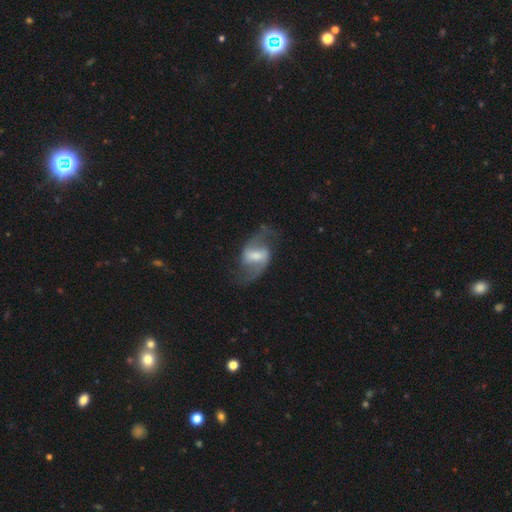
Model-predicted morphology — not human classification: Smooth or featured? featured or disk (83%)
Edge-on disk? no (97%)
Bar? weak (48%)
Spiral arms? yes (94%)
Spiral winding? loose (55%)
Spiral arm count? 2 (92%)
Bulge size? moderate (43%)
Merging? none (73%)